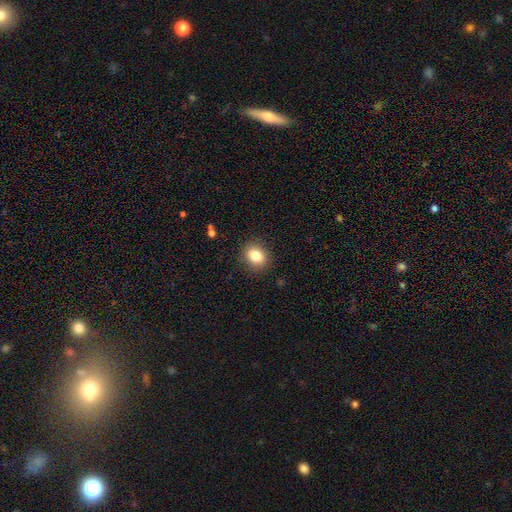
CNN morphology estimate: Smooth or featured?
  - smooth: 83% *
  - star or artifact: 10%
  - featured or disk: 7%
How rounded?
  - round: 52% *
  - in between: 47%
  - cigar-shaped: 1%
Merging?
  - none: 88% *
  - minor disturbance: 8%
  - major disturbance: 3%
  - merger: 1%